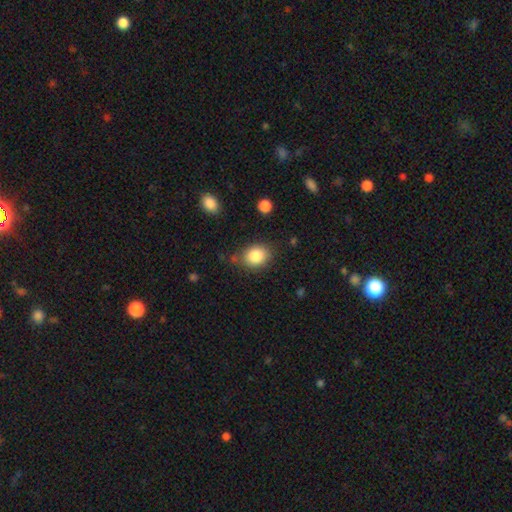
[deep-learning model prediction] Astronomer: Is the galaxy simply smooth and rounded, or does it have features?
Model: smooth — 85%.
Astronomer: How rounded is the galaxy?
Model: in between — 54% (runner-up: round, 45%).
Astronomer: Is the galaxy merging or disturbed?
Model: none — 76%.